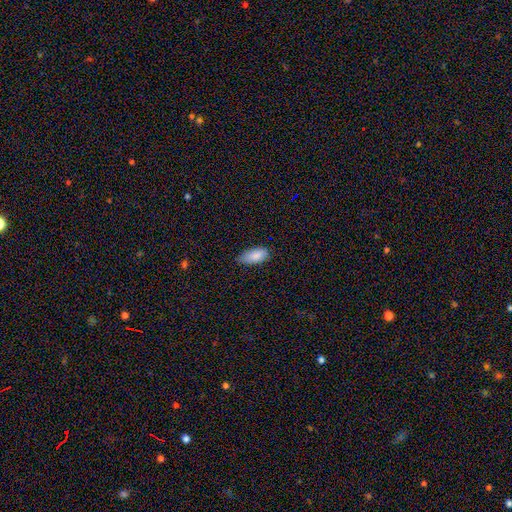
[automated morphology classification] A smooth galaxy with no disk features (86%) that is in between round and cigar-shaped (91%).

Vote fractions:
- Smooth or featured? smooth: 86% / star or artifact: 7% / featured or disk: 7%
- How rounded? in between: 91% / cigar-shaped: 7% / round: 2%
- Merging? none: 60% / minor disturbance: 34% / major disturbance: 5% / merger: 1%